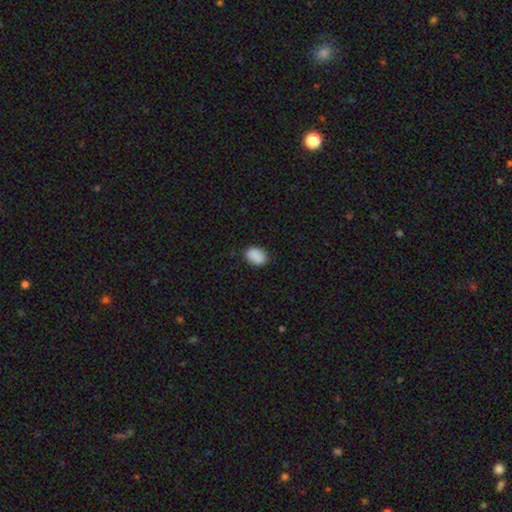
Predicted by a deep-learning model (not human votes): smooth 89%, star or artifact 7%, featured or disk 4%. Down the decision tree: how rounded — in between (71%); merging — none (84%).